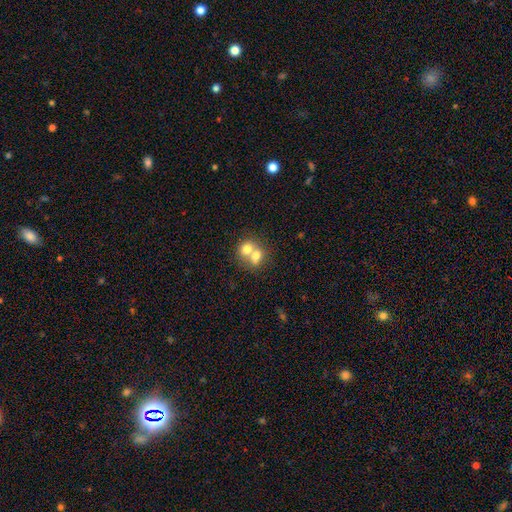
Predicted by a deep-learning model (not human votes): Smooth or featured: smooth — 70% (featured or disk — 21%)
How rounded: round — 58% (in between — 41%)
Merging: merger — 71% (none — 21%)